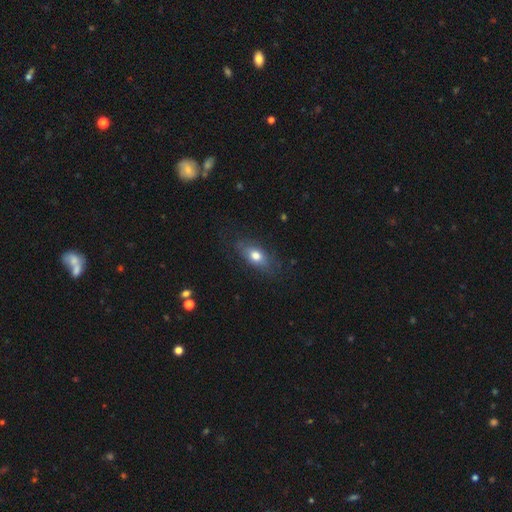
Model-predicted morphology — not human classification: A smooth galaxy with no disk features (70%) that is in between round and cigar-shaped (79%). Merging: none (75%).